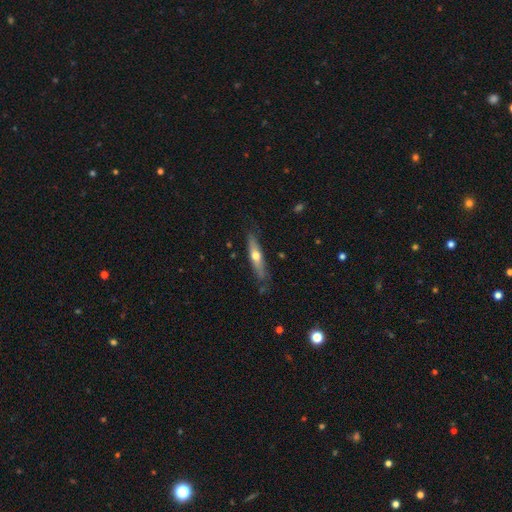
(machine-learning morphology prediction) A featured or disk galaxy (49%).

Vote fractions:
- Smooth or featured? featured or disk: 49% / smooth: 46% / star or artifact: 5%
- Merging? none: 78% / minor disturbance: 17% / major disturbance: 3% / merger: 2%